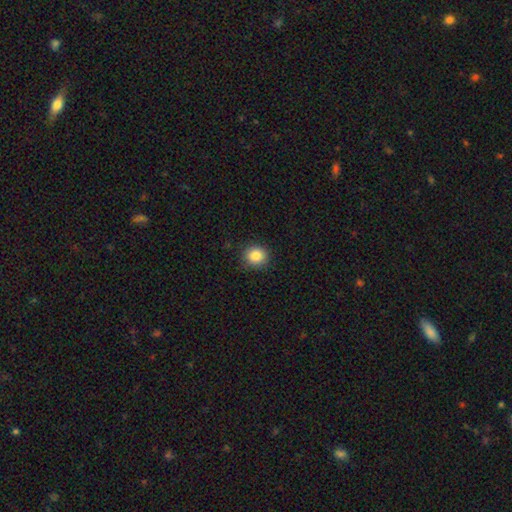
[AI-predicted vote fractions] This is clearly a smooth galaxy (85%). How rounded: clearly round (88%). Merging: clearly none (89%).